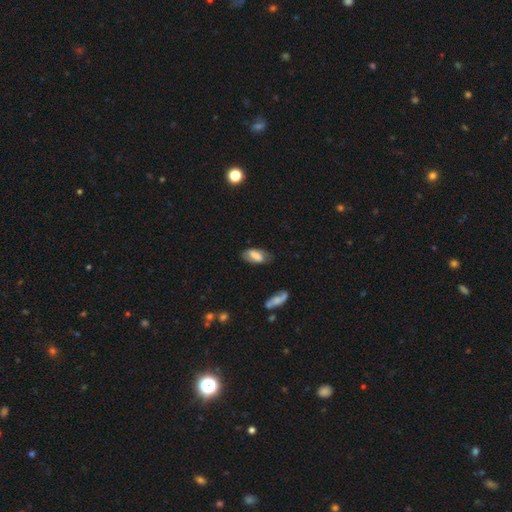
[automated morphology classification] A smooth galaxy with no disk features (67%) that is in between round and cigar-shaped (87%).

Vote fractions:
- Smooth or featured? smooth: 67% / featured or disk: 25% / star or artifact: 8%
- How rounded? in between: 87% / cigar-shaped: 9% / round: 3%
- Merging? none: 64% / minor disturbance: 26% / major disturbance: 7% / merger: 2%